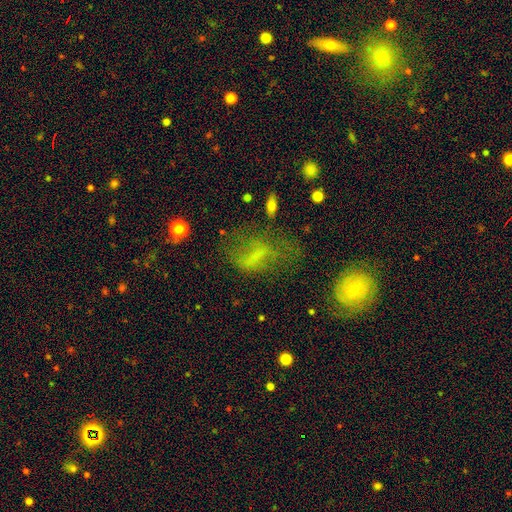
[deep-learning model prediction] The model was most divided on "merging": none: 38%, major disturbance: 36%, minor disturbance: 21%, merger: 6%. Remaining: smooth or featured — smooth (44%).